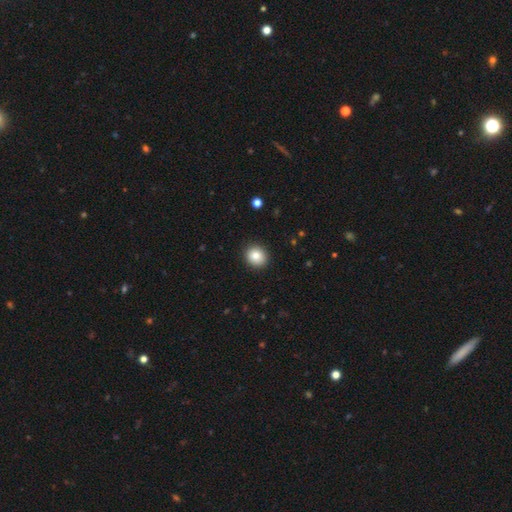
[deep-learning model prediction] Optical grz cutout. It shows a smooth galaxy with no disk features (83%) that is round (78%). Merging: none (90%).